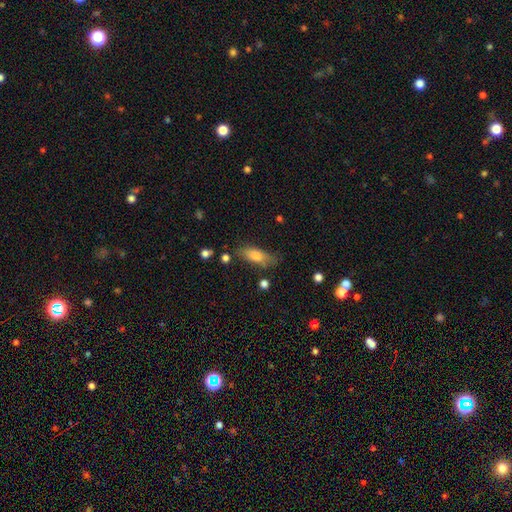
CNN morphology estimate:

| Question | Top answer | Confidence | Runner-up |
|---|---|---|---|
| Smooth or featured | smooth | 74% | featured or disk (17%) |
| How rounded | in between | 68% | cigar-shaped (29%) |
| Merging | none | 69% | minor disturbance (21%) |